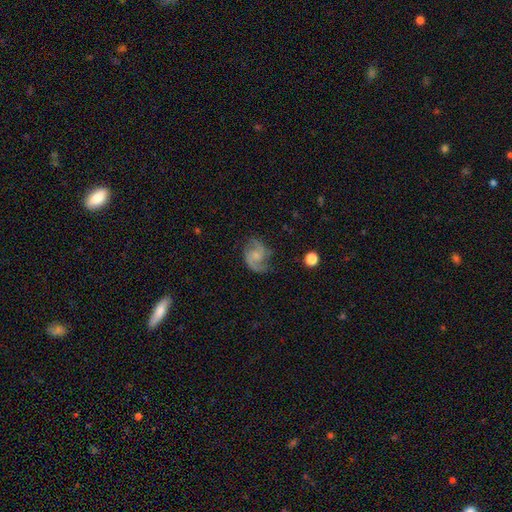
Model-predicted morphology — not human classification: The model was most divided on "bulge size": small: 48%, moderate: 28%, none: 20%, large: 3%, dominant: 1%. More confident: edge-on disk — no (98%); spiral arms — yes (96%); spiral arm count — 2 (84%); smooth or featured — featured or disk (80%); merging — none (67%); bar — no (60%); spiral winding — medium (52%).